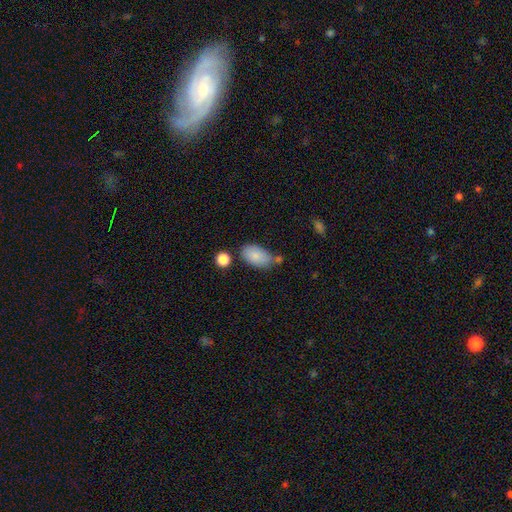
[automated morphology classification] A smooth galaxy with no disk features (85%) that is in between round and cigar-shaped (94%).

Vote fractions:
- Smooth or featured? smooth: 85% / featured or disk: 8% / star or artifact: 7%
- How rounded? in between: 94% / round: 4% / cigar-shaped: 2%
- Merging? none: 59% / minor disturbance: 23% / merger: 12% / major disturbance: 6%